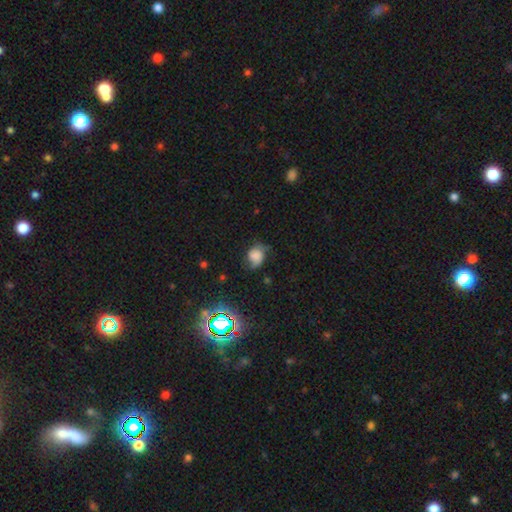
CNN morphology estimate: smooth_or_featured: smooth (p=0.66) [alt: featured or disk p=0.20]
how_rounded: round (p=0.54) [alt: in between p=0.45]
merging: none (p=0.44) [alt: minor disturbance p=0.36]